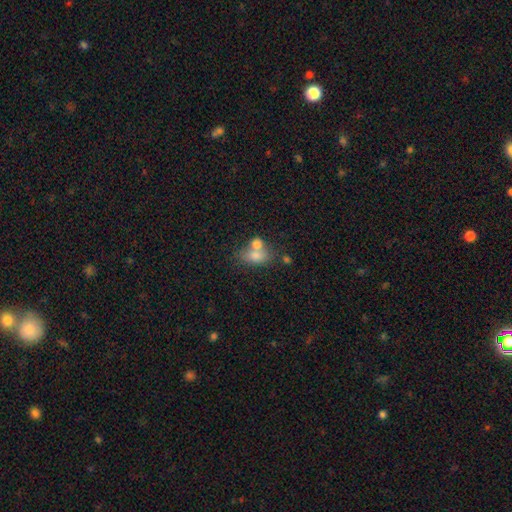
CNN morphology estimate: A smooth galaxy with no disk features (75%) that is in between round and cigar-shaped (78%). Merging: merger (48%).